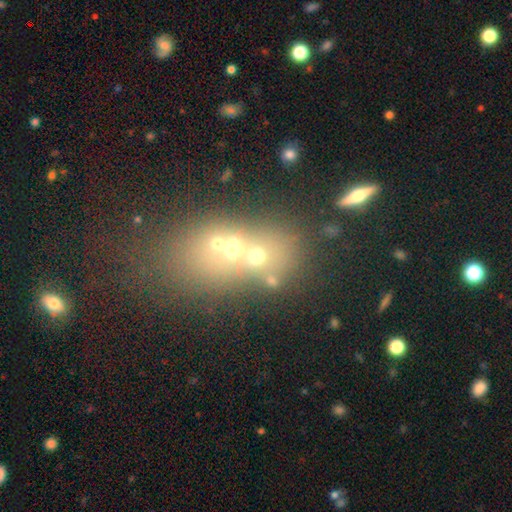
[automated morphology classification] This is marginally a smooth galaxy (41%). Merging: possibly merger (53%).